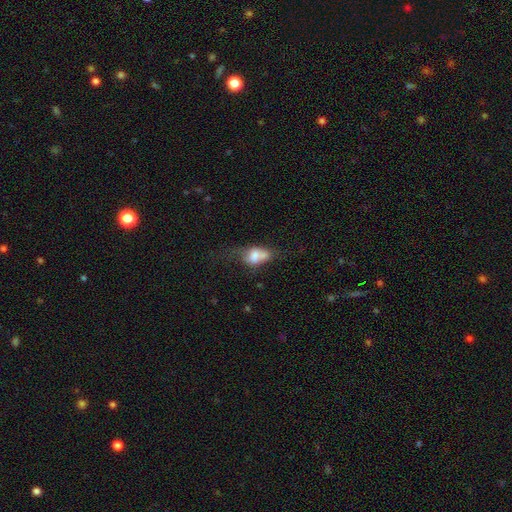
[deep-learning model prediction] Smooth or featured? Predicted: smooth (p=0.63). How rounded? Predicted: in between (p=0.81). Merging? Predicted: major disturbance (p=0.27, tied with merger).